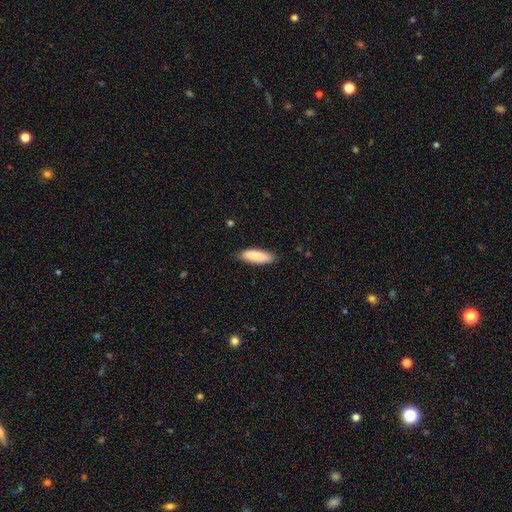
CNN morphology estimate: A smooth galaxy with no disk features (88%) that is in between round and cigar-shaped (57%).

Vote fractions:
- Smooth or featured? smooth: 88% / featured or disk: 6% / star or artifact: 6%
- How rounded? in between: 57% / cigar-shaped: 41% / round: 1%
- Merging? none: 83% / minor disturbance: 14% / major disturbance: 2% / merger: 1%